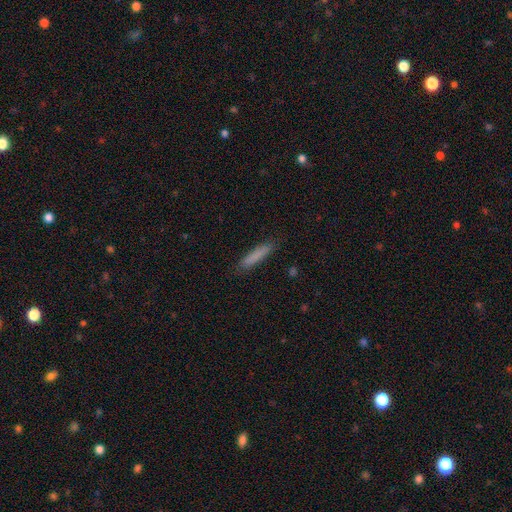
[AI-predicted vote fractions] smooth-or-featured: smooth: 83% | featured or disk: 11% | star or artifact: 7%
  how-rounded: cigar-shaped: 90% | in between: 9% | round: 1%
  merging: none: 86% | minor disturbance: 11% | major disturbance: 2% | merger: 1%